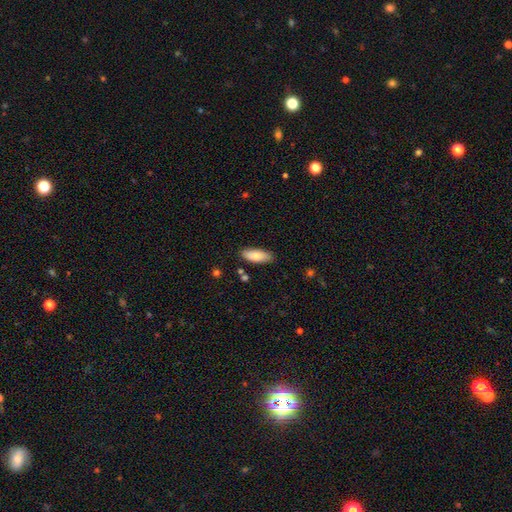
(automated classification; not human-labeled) Smooth or featured? smooth (81%)
How rounded? in between (76%)
Merging? none (84%)